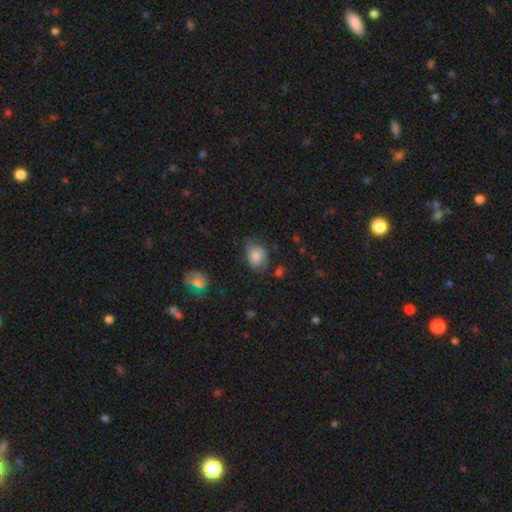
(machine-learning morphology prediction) type=smooth (65%); roundness=in between (61%); merging=none (55%).